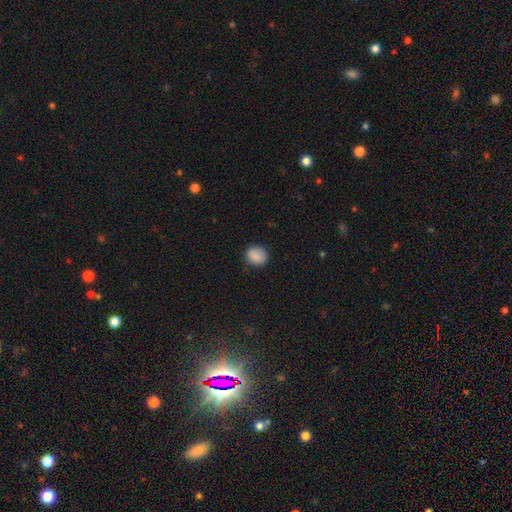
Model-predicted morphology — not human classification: A smooth galaxy with no disk features (88%) that is round (70%). Merging: none (83%).